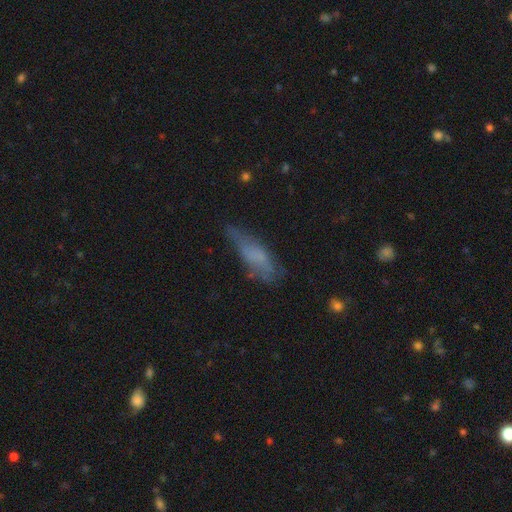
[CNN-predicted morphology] type=smooth (58%); roundness=cigar-shaped (49%, tied with in between); merging=none (48%).